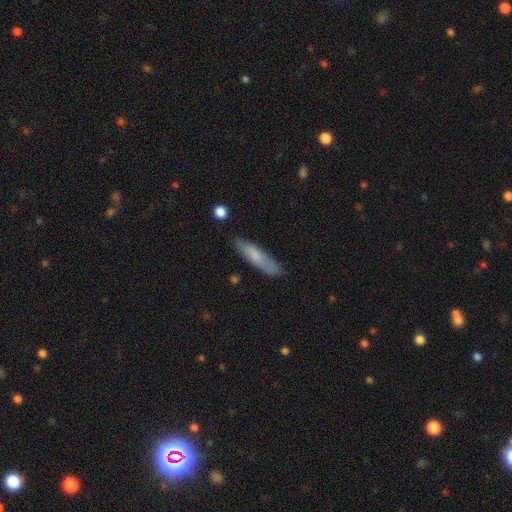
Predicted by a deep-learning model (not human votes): Q: Smooth or featured?
A: smooth (74%); runner-up: featured or disk (20%)
Q: How rounded?
A: cigar-shaped (77%); runner-up: in between (22%)
Q: Merging?
A: none (78%); runner-up: minor disturbance (16%)